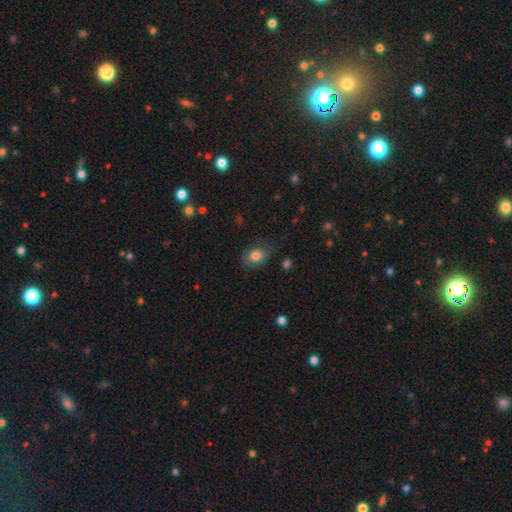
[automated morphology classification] smooth_or_featured: smooth (p=0.82) [alt: featured or disk p=0.10]
how_rounded: in between (p=0.58) [alt: round p=0.40]
merging: none (p=0.71) [alt: minor disturbance p=0.21]